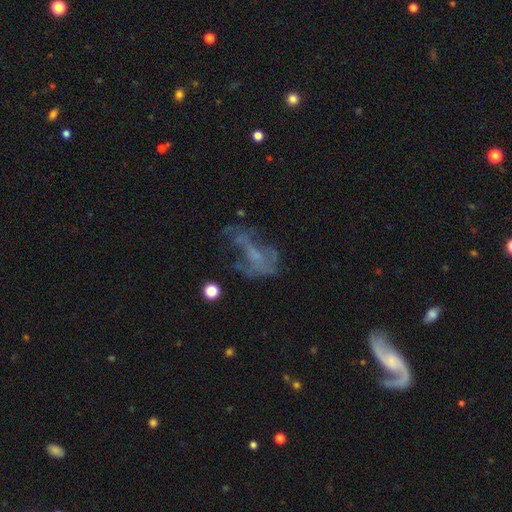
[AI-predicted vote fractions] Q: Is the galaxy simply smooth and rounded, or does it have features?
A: featured or disk — 52%.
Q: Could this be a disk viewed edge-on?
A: no — 95%.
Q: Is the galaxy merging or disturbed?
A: major disturbance — 43%.